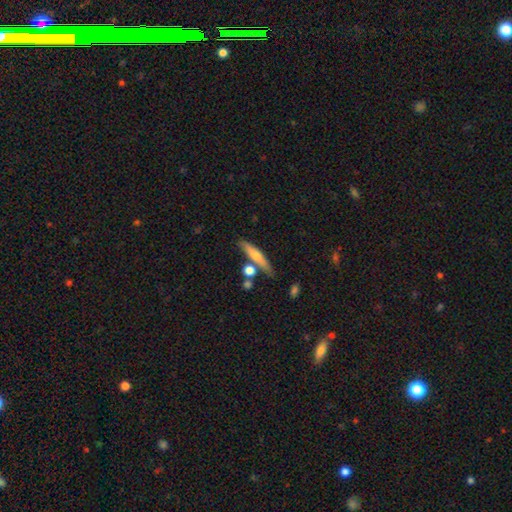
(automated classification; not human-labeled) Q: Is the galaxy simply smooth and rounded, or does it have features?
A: smooth — 57%.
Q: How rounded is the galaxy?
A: cigar-shaped — 83%.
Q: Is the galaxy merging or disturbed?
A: none — 70%.